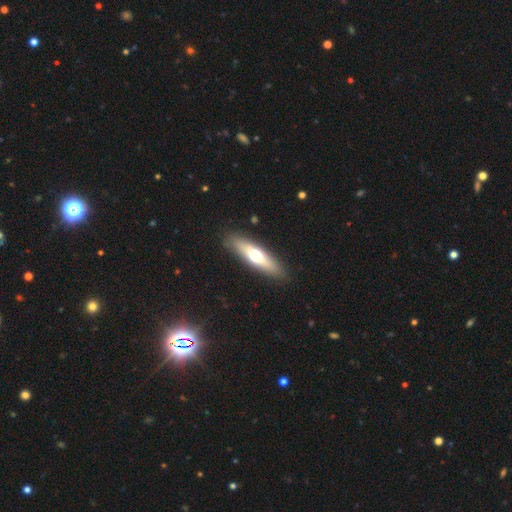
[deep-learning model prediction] Smooth or featured? Predicted: smooth (p=0.54). How rounded? Predicted: cigar-shaped (p=0.70). Merging? Predicted: none (p=0.88).